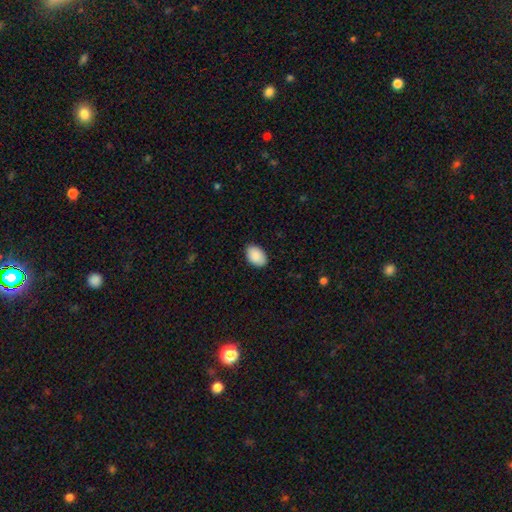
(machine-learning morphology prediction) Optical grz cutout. It shows a smooth galaxy with no disk features (91%) that is in between round and cigar-shaped (89%). Merging: none (87%).